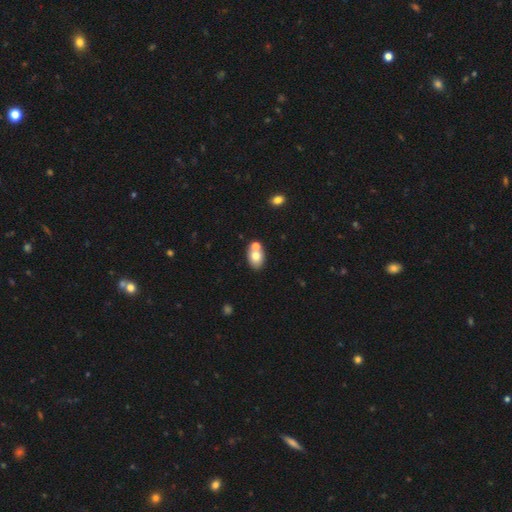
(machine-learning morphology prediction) This appears to be a smooth galaxy with no disk features (73%) that is in between round and cigar-shaped (71%). Merging: none (50%).